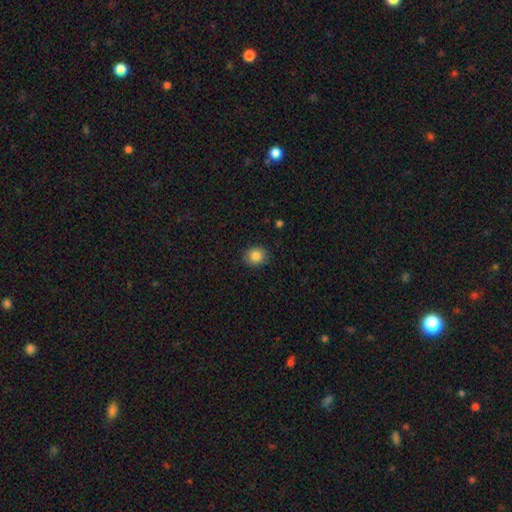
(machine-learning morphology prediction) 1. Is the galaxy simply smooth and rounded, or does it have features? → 85% smooth, 10% star or artifact, 6% featured or disk.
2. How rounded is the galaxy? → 70% round, 29% in between, 1% cigar-shaped.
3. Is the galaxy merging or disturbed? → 89% none, 8% minor disturbance, 2% major disturbance, 1% merger.